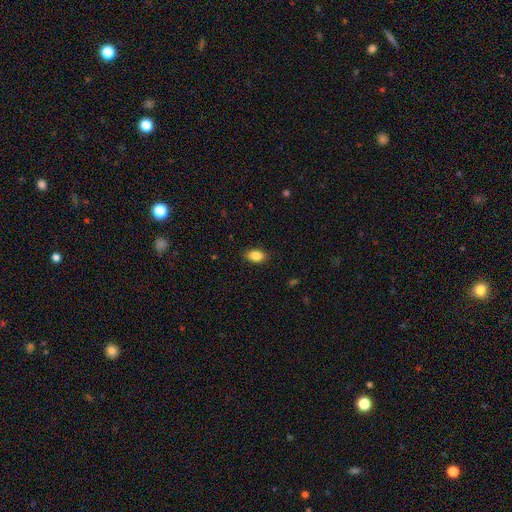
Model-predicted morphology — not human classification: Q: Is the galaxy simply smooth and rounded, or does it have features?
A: smooth — 87%.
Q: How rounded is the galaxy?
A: in between — 89%.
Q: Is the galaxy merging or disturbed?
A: none — 88%.